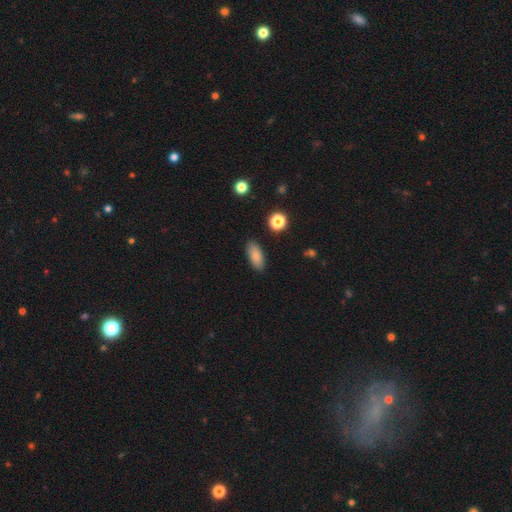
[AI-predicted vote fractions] Smooth or featured: smooth — 85% (star or artifact — 8%)
How rounded: in between — 84% (cigar-shaped — 13%)
Merging: none — 88% (minor disturbance — 9%)